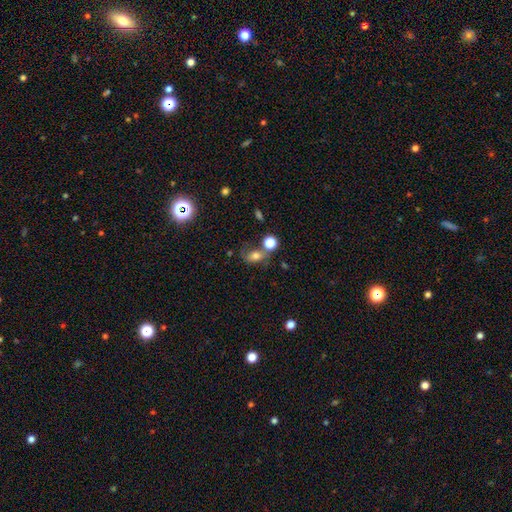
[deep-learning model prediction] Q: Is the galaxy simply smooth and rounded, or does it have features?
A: smooth — 67%.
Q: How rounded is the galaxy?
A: in between — 66%.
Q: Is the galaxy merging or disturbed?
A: none — 46%.